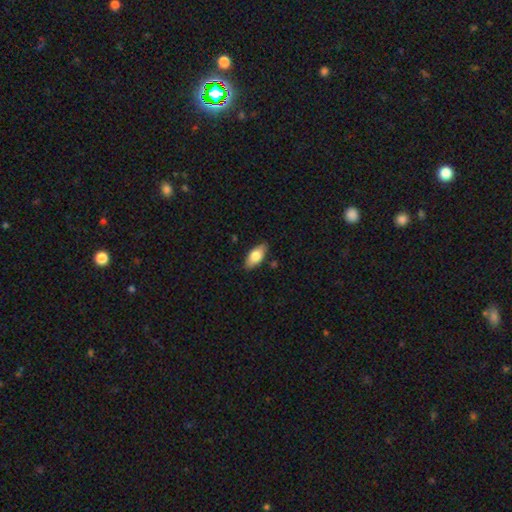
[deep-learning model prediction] Smooth or featured?
  - smooth: 74% *
  - featured or disk: 20%
  - star or artifact: 6%
How rounded?
  - in between: 88% *
  - cigar-shaped: 9%
  - round: 3%
Merging?
  - none: 86% *
  - minor disturbance: 11%
  - major disturbance: 2%
  - merger: 1%